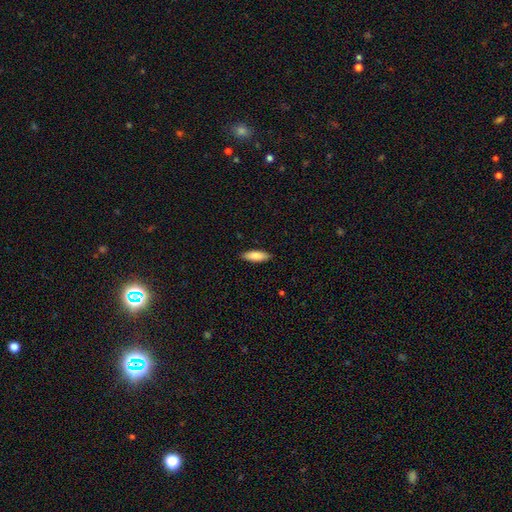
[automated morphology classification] Smooth or featured? Predicted: smooth (p=0.85). How rounded? Predicted: in between (p=0.60). Merging? Predicted: none (p=0.89).